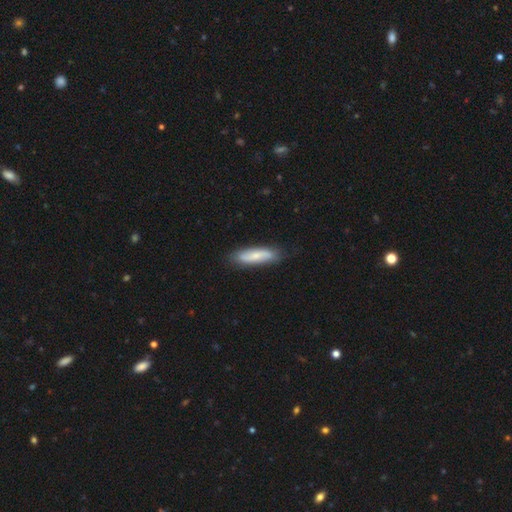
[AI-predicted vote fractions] smooth-or-featured: smooth: 62% | featured or disk: 32% | star or artifact: 6%
  how-rounded: cigar-shaped: 65% | in between: 33% | round: 2%
  merging: none: 82% | minor disturbance: 14% | major disturbance: 2% | merger: 1%